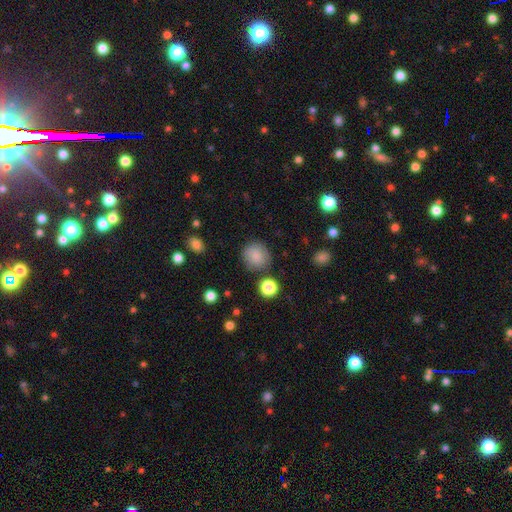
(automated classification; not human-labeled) Smooth or featured?
  - smooth: 84% *
  - star or artifact: 10%
  - featured or disk: 6%
How rounded?
  - round: 90% *
  - in between: 9%
  - cigar-shaped: 1%
Merging?
  - none: 83% *
  - minor disturbance: 10%
  - major disturbance: 3%
  - merger: 3%